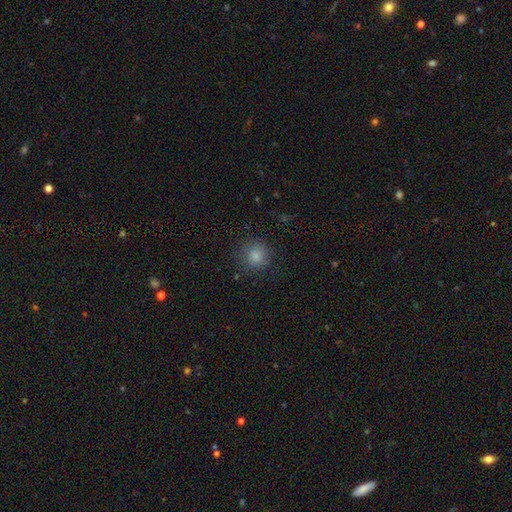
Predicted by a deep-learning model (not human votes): A smooth galaxy with no disk features (84%) that is round (91%). Merging: none (83%).